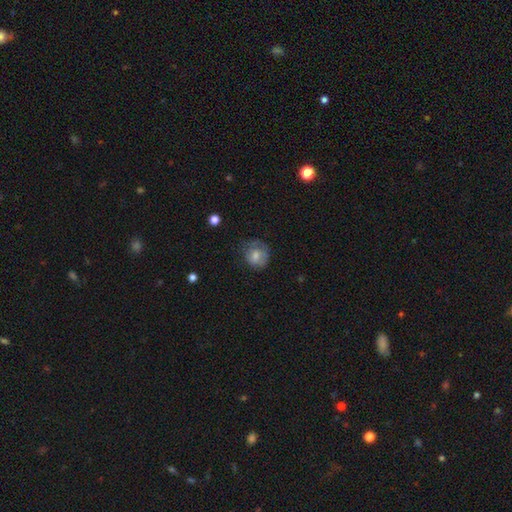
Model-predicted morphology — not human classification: type=smooth (63%); roundness=round (81%); merging=none (61%).